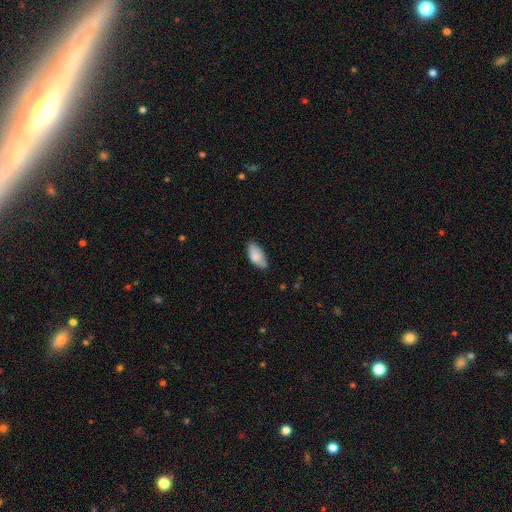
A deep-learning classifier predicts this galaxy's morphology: Overall: smooth (82%). How rounded: in between (92%). Merging: none (70%).